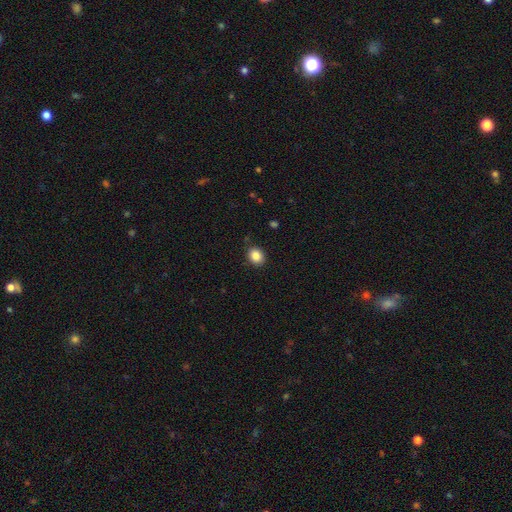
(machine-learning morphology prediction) Smooth or featured? Predicted: smooth (p=0.87). How rounded? Predicted: round (p=0.59). Merging? Predicted: none (p=0.87).